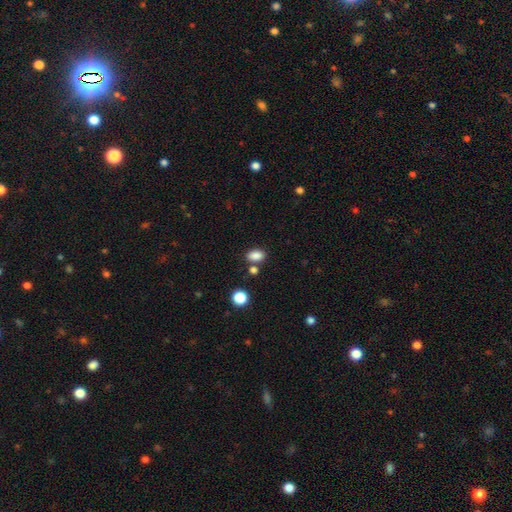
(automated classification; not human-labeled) This appears to be a smooth galaxy with no disk features (86%) that is in between round and cigar-shaped (84%). Merging: none (73%).